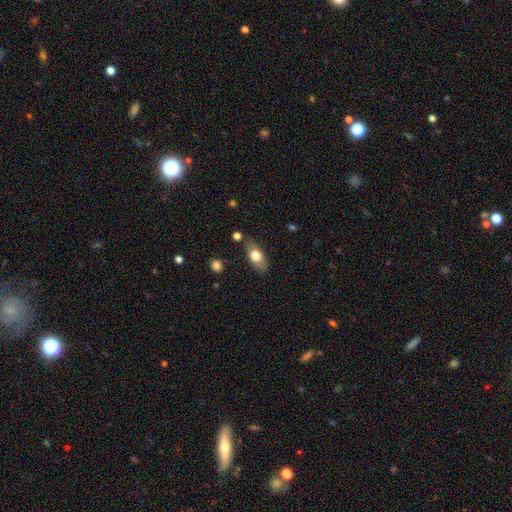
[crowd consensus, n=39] This is likely a smooth galaxy (72%). How rounded: clearly in between (89%). Merging: clearly none (85%).